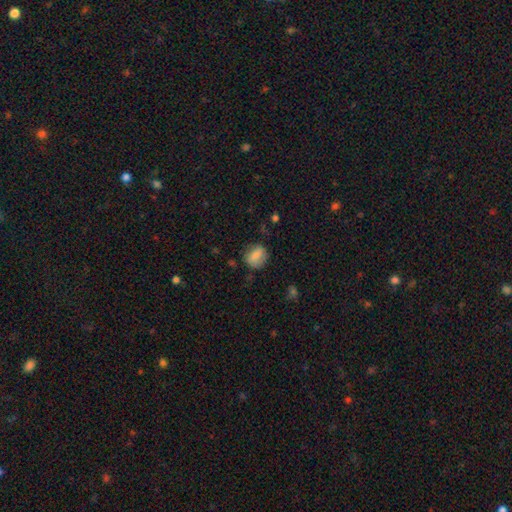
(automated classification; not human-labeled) A smooth galaxy with no disk features (77%) that is round (60%). Merging: none (70%).